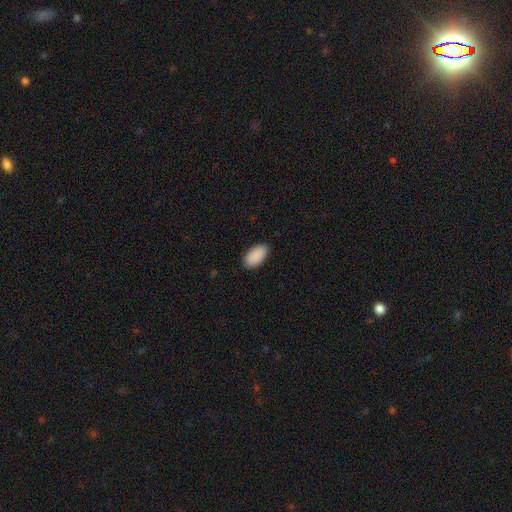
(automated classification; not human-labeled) Q: Smooth or featured?
A: smooth (91%); runner-up: star or artifact (6%)
Q: How rounded?
A: in between (96%); runner-up: round (2%)
Q: Merging?
A: none (88%); runner-up: minor disturbance (9%)